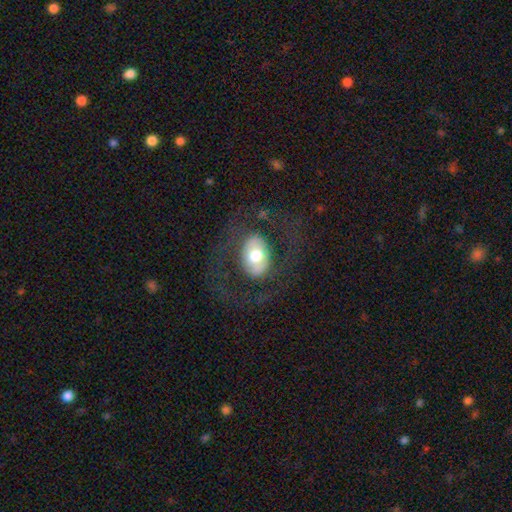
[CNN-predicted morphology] The model was most divided on "smooth or featured": smooth: 51%, featured or disk: 41%, star or artifact: 8%. More confident: how rounded — in between (76%); merging — none (71%).